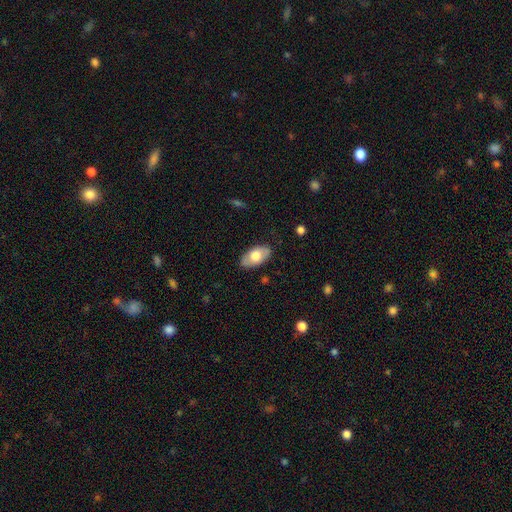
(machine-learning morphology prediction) smooth-or-featured: smooth: 67% | featured or disk: 27% | star or artifact: 6%
  how-rounded: in between: 94% | round: 4% | cigar-shaped: 2%
  merging: none: 83% | minor disturbance: 13% | major disturbance: 3% | merger: 1%